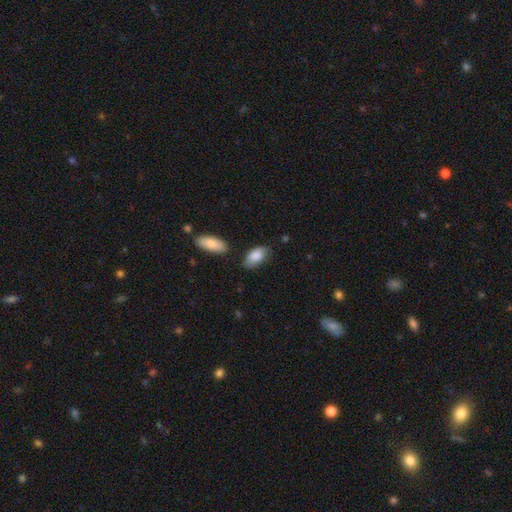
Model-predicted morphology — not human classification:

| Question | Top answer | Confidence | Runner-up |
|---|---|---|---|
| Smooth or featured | smooth | 86% | featured or disk (9%) |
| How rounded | in between | 94% | round (3%) |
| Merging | none | 71% | minor disturbance (21%) |